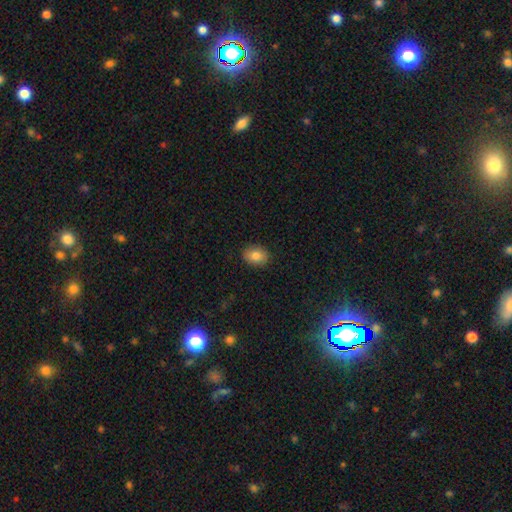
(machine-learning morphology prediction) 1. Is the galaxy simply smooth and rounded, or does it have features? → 84% smooth, 8% star or artifact, 8% featured or disk.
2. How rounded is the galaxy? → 65% in between, 34% round, 1% cigar-shaped.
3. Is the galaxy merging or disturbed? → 89% none, 8% minor disturbance, 2% major disturbance, 1% merger.